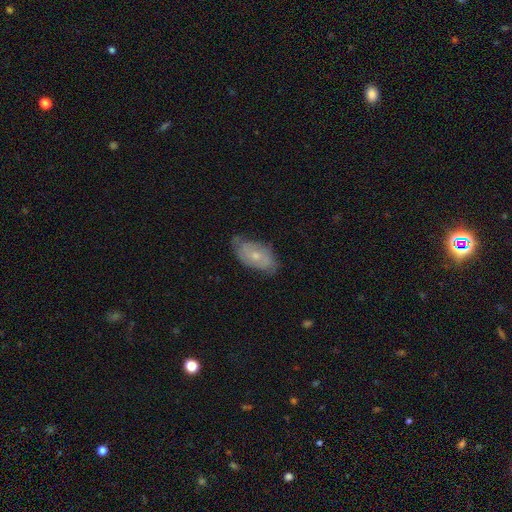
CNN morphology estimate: Smooth or featured? featured or disk (53%)
Edge-on disk? no (91%)
Merging? none (64%)